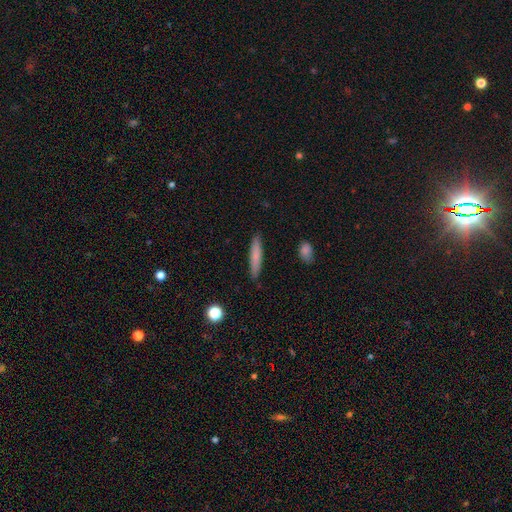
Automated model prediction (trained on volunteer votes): The model was most divided on "smooth or featured": smooth: 76%, featured or disk: 17%, star or artifact: 7%. More confident: how rounded — cigar-shaped (90%); merging — none (89%).